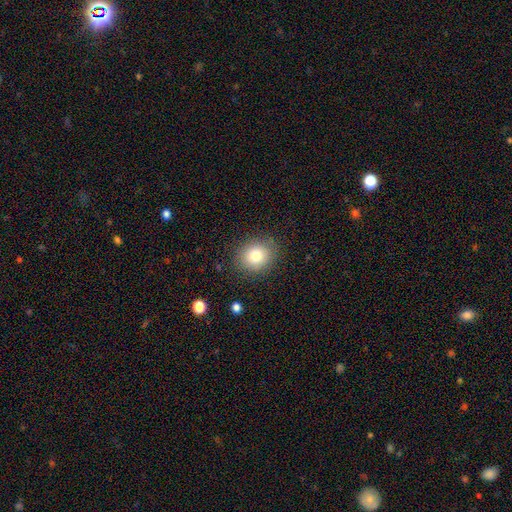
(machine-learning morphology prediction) Smooth or featured: smooth — 79% (star or artifact — 11%)
How rounded: round — 74% (in between — 25%)
Merging: none — 86% (minor disturbance — 10%)